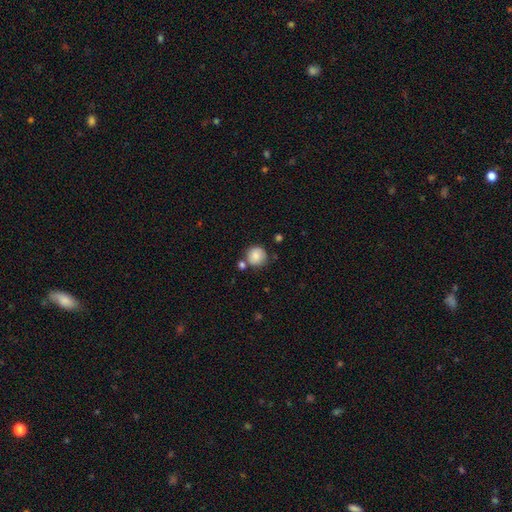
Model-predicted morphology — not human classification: Smooth or featured? Predicted: smooth (p=0.84). How rounded? Predicted: round (p=0.93). Merging? Predicted: none (p=0.72).